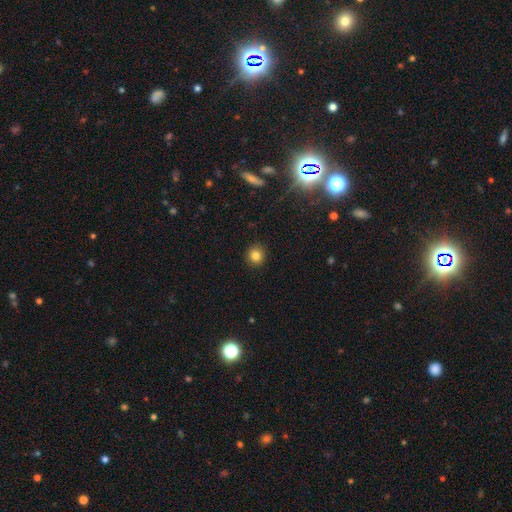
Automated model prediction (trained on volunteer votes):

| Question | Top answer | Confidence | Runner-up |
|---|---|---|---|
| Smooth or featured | smooth | 82% | star or artifact (12%) |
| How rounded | round | 89% | in between (10%) |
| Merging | none | 91% | minor disturbance (6%) |